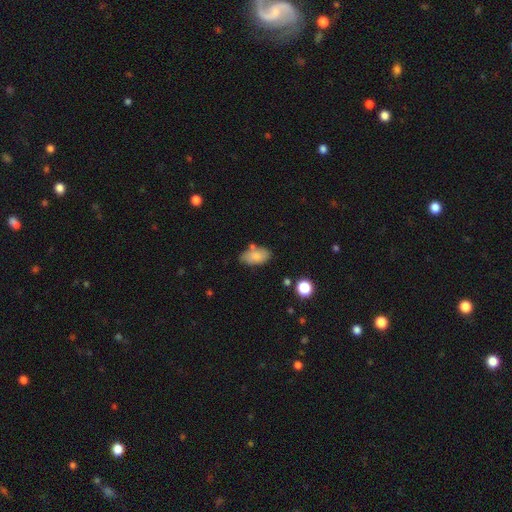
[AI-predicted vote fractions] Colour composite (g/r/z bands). It shows a smooth galaxy with no disk features (82%) that is in between round and cigar-shaped (93%). Merging: none (66%).